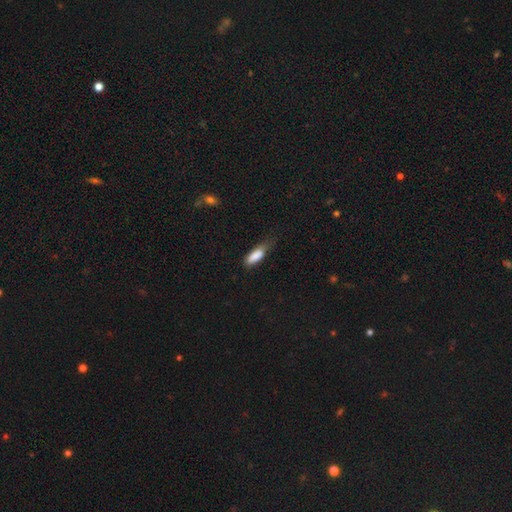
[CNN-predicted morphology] A smooth galaxy with no disk features (85%) that is in between round and cigar-shaped (66%).

Vote fractions:
- Smooth or featured? smooth: 85% / featured or disk: 8% / star or artifact: 7%
- How rounded? in between: 66% / cigar-shaped: 32% / round: 2%
- Merging? none: 41% / minor disturbance: 40% / major disturbance: 16% / merger: 3%